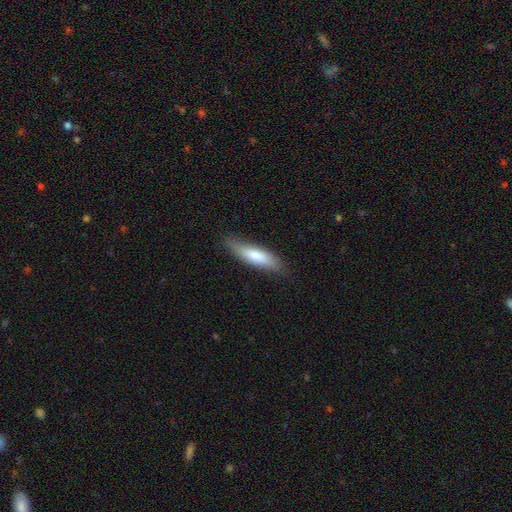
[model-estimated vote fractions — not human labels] smooth_or_featured: smooth (p=0.76) [alt: featured or disk p=0.19]
how_rounded: cigar-shaped (p=0.64) [alt: in between p=0.34]
merging: none (p=0.82) [alt: minor disturbance p=0.14]